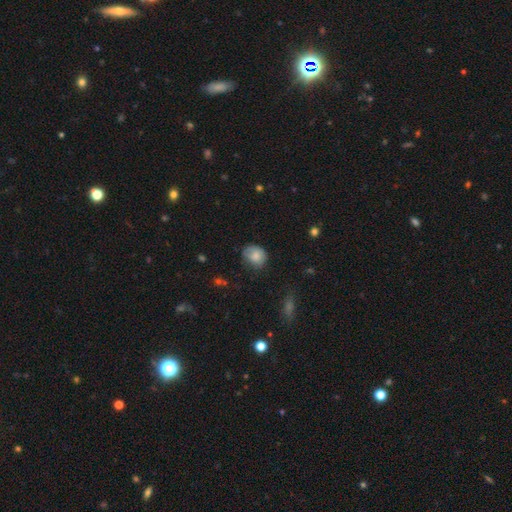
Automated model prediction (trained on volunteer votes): A smooth galaxy with no disk features (80%) that is round (62%).

Vote fractions:
- Smooth or featured? smooth: 80% / featured or disk: 11% / star or artifact: 9%
- How rounded? round: 62% / in between: 37% / cigar-shaped: 1%
- Merging? none: 57% / minor disturbance: 31% / major disturbance: 10% / merger: 2%